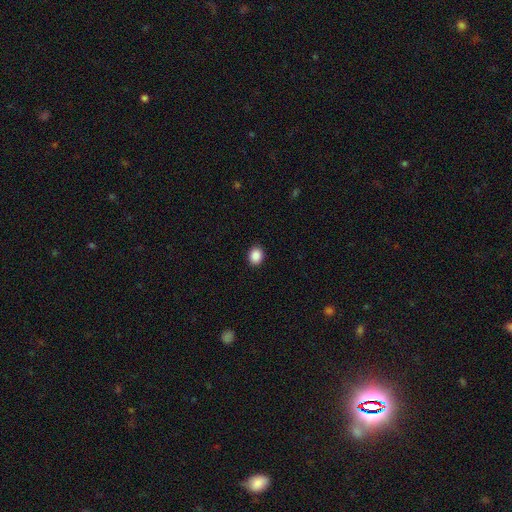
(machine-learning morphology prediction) smooth_or_featured: smooth (p=0.89) [alt: star or artifact p=0.09]
how_rounded: round (p=0.58) [alt: in between p=0.41]
merging: none (p=0.91) [alt: minor disturbance p=0.06]